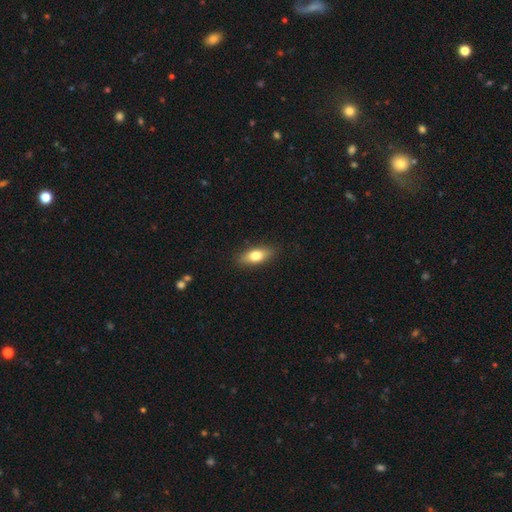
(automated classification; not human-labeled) Morphology: type=smooth (73%); roundness=in between (74%); merging=none (87%).